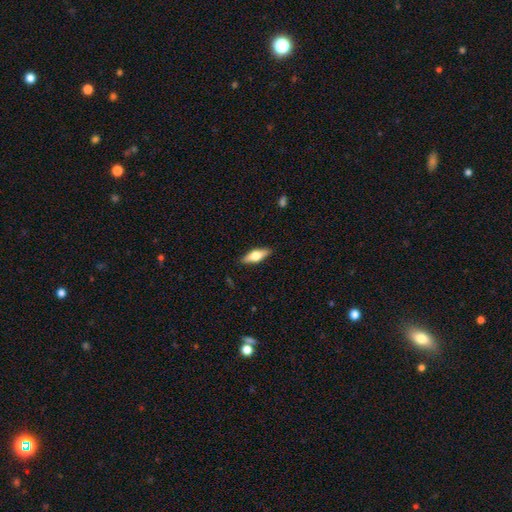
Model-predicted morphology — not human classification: A smooth galaxy with no disk features (51%) that is in between round and cigar-shaped (60%). Merging: none (88%).